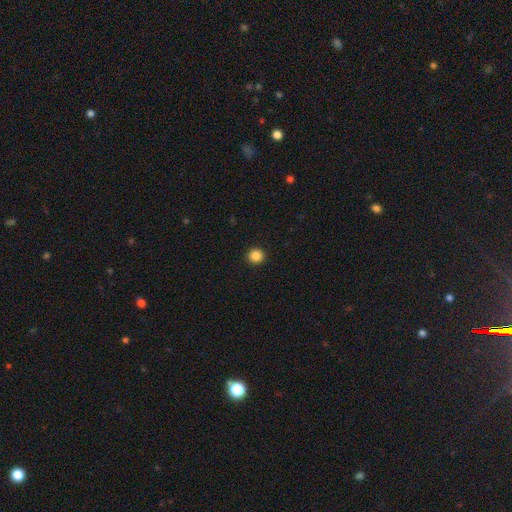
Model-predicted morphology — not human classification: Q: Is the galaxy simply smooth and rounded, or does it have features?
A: smooth — 86%.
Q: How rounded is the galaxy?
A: round — 96%.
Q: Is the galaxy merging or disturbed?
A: none — 94%.